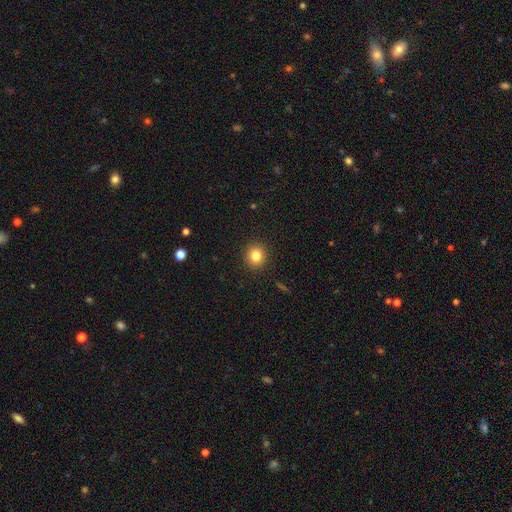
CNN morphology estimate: Overall: smooth (82%). How rounded: round (90%). Merging: none (92%).